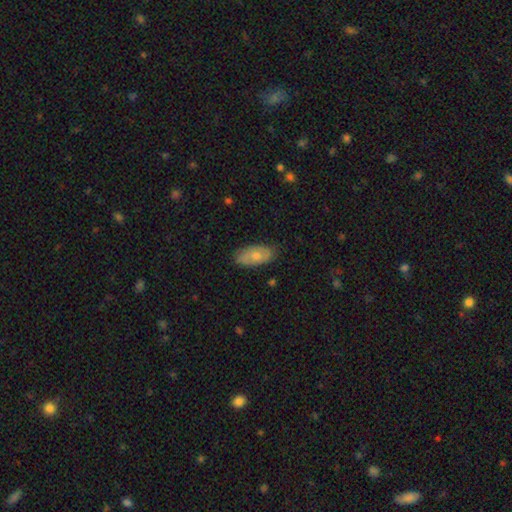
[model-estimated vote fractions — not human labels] This is possibly a smooth galaxy (60%). How rounded: clearly in between (92%). Merging: likely none (79%).